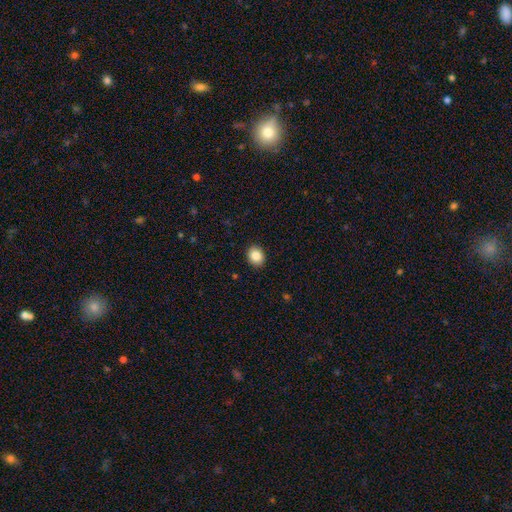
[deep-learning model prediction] The model was most divided on "how rounded": round: 51%, in between: 48%, cigar-shaped: 1%. More confident: merging — none (91%); smooth or featured — smooth (86%).